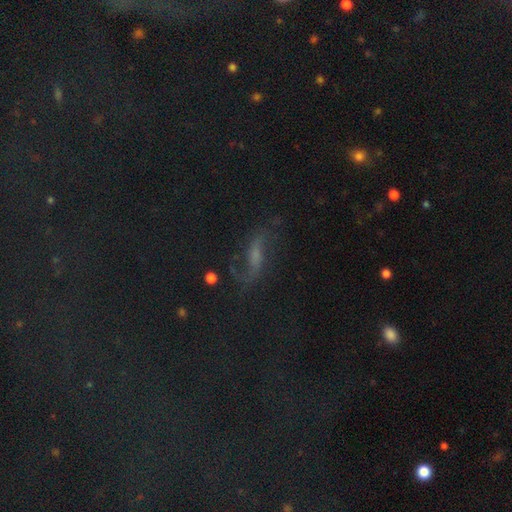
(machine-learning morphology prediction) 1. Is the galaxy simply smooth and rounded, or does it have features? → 60% featured or disk, 23% star or artifact, 17% smooth.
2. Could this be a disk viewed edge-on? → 87% no, 13% yes.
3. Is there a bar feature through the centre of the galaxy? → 42% weak, 35% no, 22% strong.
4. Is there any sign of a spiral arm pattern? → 89% yes, 11% no.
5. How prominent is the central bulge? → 44% small, 30% moderate, 18% none, 6% large, 2% dominant.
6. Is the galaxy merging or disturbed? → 66% none, 18% minor disturbance, 14% major disturbance, 3% merger.